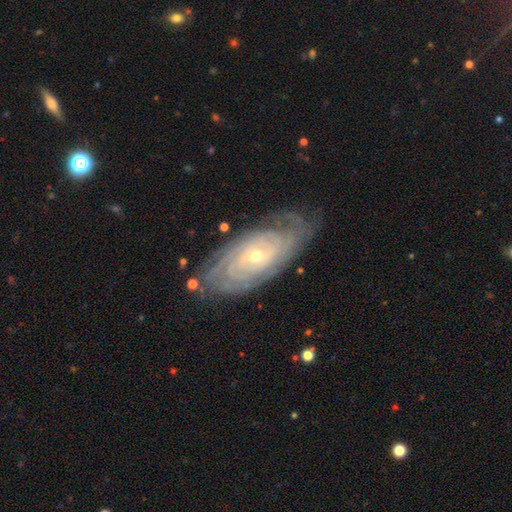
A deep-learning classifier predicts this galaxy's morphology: A featured or disk galaxy (87%) with no bar (65%), tight (83%) spiral arms (96%) and a small central bulge (67%). Merging: none (77%).